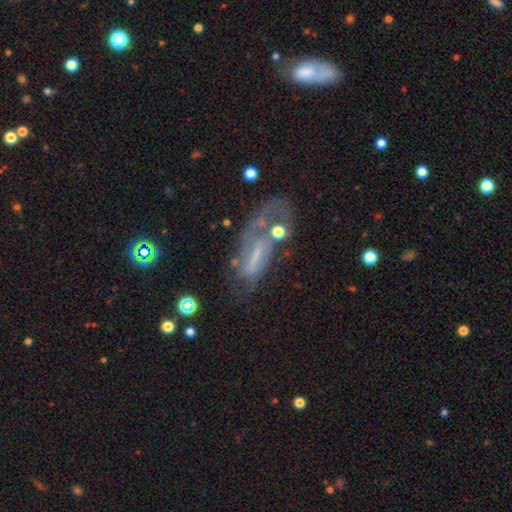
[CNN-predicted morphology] Overall: featured or disk (63%; smooth 25%). Edge-on disk: no (84%). Bar: weak (36%; no 35%). Spiral arms: yes (58%; no 42%). Bulge size: none (39%; small 34%). Merging: major disturbance (36%; none 34%).